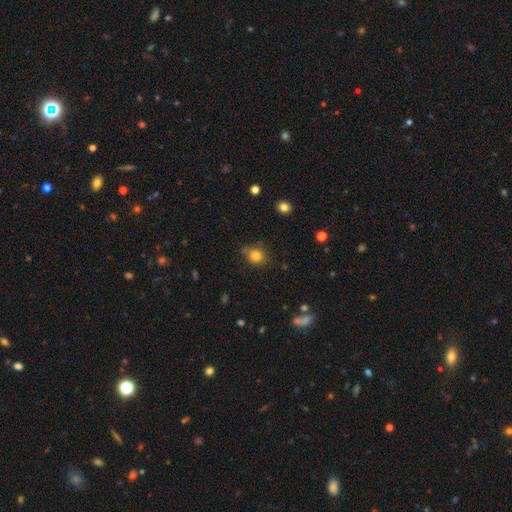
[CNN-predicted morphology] Smooth or featured?
  - smooth: 82% *
  - star or artifact: 12%
  - featured or disk: 6%
How rounded?
  - round: 78% *
  - in between: 21%
  - cigar-shaped: 1%
Merging?
  - none: 75% *
  - minor disturbance: 14%
  - merger: 7%
  - major disturbance: 4%